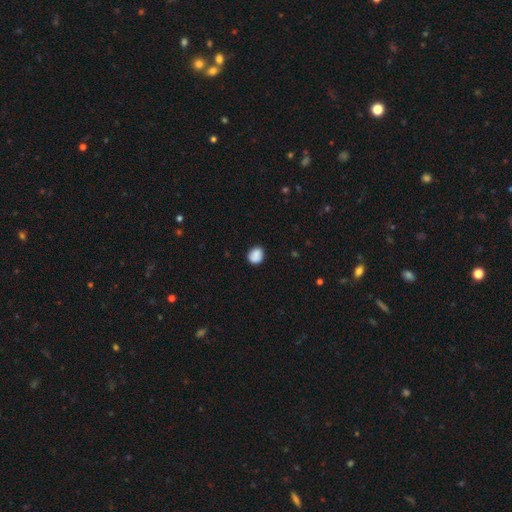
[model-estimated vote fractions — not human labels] Smooth or featured? Predicted: smooth (p=0.87). How rounded? Predicted: round (p=0.65). Merging? Predicted: none (p=0.81).